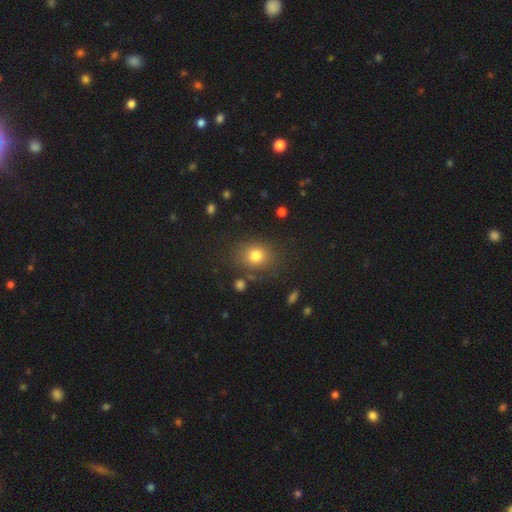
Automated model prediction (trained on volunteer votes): Smooth or featured?
  - smooth: 79% *
  - star or artifact: 13%
  - featured or disk: 9%
How rounded?
  - round: 61% *
  - in between: 38%
  - cigar-shaped: 1%
Merging?
  - none: 79% *
  - minor disturbance: 12%
  - major disturbance: 5%
  - merger: 4%